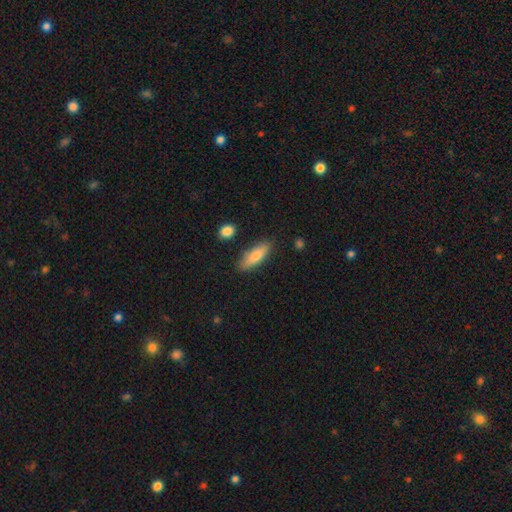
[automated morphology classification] Q: Smooth or featured?
A: smooth (75%); runner-up: featured or disk (19%)
Q: How rounded?
A: cigar-shaped (50%); runner-up: in between (48%)
Q: Merging?
A: none (82%); runner-up: minor disturbance (13%)